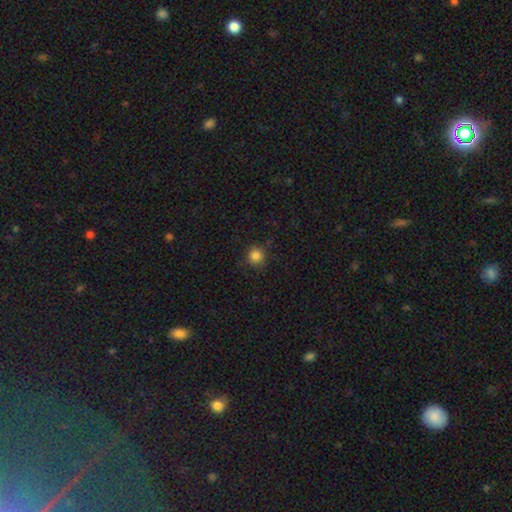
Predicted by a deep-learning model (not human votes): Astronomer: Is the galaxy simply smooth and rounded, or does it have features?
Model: smooth — 84%.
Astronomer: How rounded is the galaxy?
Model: round — 92%.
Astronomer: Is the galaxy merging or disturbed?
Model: none — 87%.